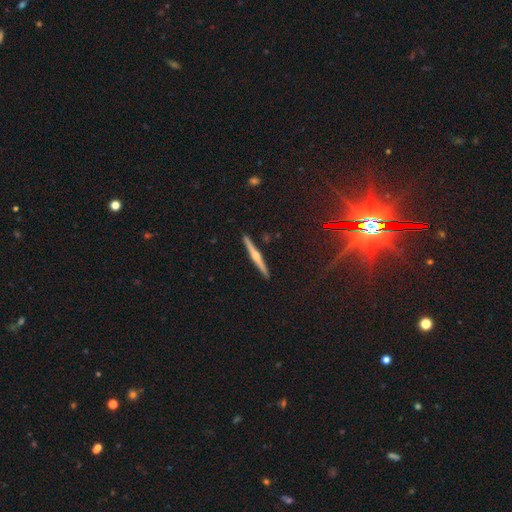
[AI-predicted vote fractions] smooth-or-featured: featured or disk: 70% | smooth: 23% | star or artifact: 8%
  disk-edge-on: yes: 98% | no: 2%
    edge-on-bulge: rounded: 84% | none: 9% | boxy: 7%
  merging: none: 92% | minor disturbance: 5% | merger: 1% | major disturbance: 1%